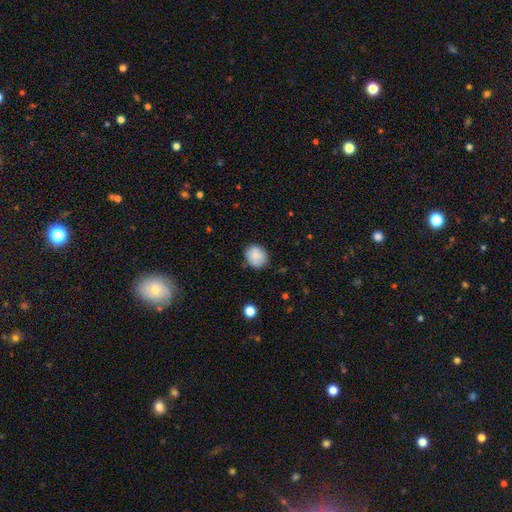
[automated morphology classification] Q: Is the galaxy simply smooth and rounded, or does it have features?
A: smooth — 86%.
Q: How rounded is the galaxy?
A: round — 66%.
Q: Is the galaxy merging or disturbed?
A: none — 81%.